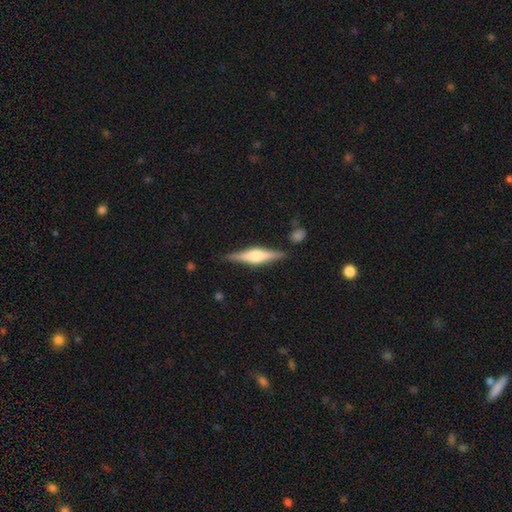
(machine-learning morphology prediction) Smooth or featured?
  - featured or disk: 69% *
  - smooth: 25%
  - star or artifact: 6%
Edge-on disk?
  - yes: 97% *
  - no: 3%
Edge-on bulge?
  - rounded: 81% *
  - boxy: 16%
  - none: 3%
Merging?
  - none: 86% *
  - minor disturbance: 10%
  - merger: 2%
  - major disturbance: 2%